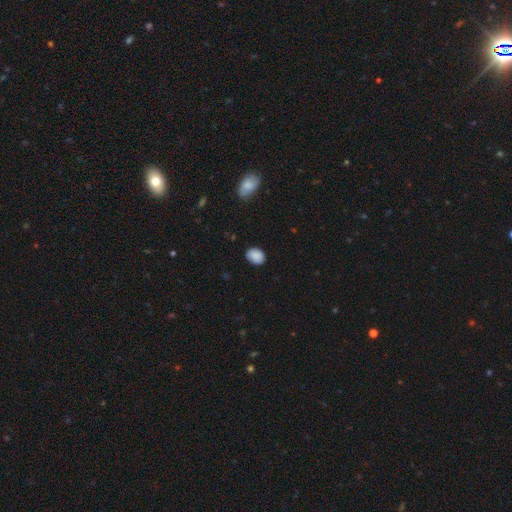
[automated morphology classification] This is clearly a smooth galaxy (88%). How rounded: possibly in between (59%). Merging: clearly none (84%).